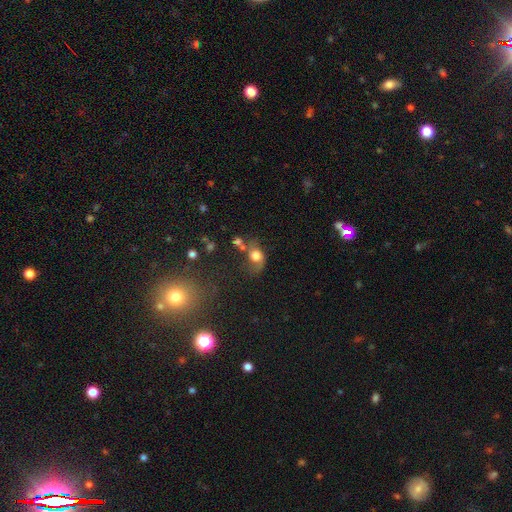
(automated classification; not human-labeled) Overall: smooth (54%; featured or disk 33%). How rounded: round (54%; in between 44%). Merging: none (36%; minor disturbance 23%).